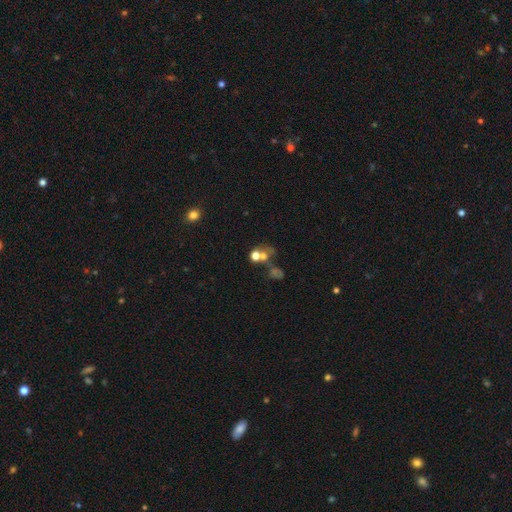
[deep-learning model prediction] smooth_or_featured: smooth (p=0.54) [alt: star or artifact p=0.25]
how_rounded: round (p=0.73) [alt: in between p=0.25]
merging: merger (p=0.48) [alt: none p=0.32]